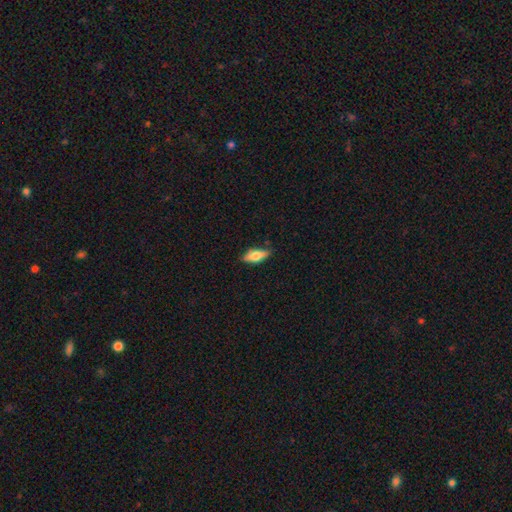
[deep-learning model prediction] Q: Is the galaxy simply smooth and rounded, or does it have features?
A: smooth — 61%.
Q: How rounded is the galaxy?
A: in between — 70%.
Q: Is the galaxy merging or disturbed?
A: none — 82%.